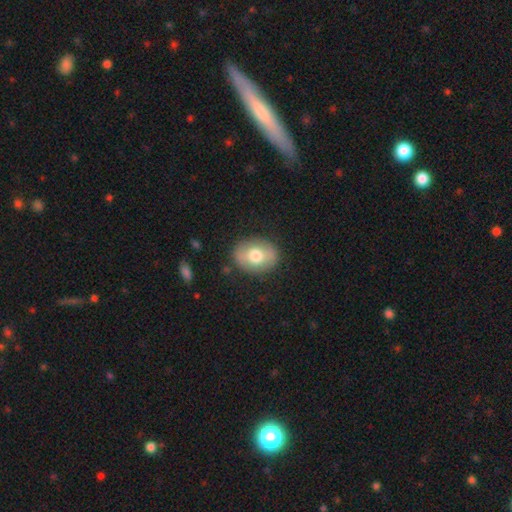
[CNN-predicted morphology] type=smooth (64%); roundness=in between (58%); merging=none (84%).